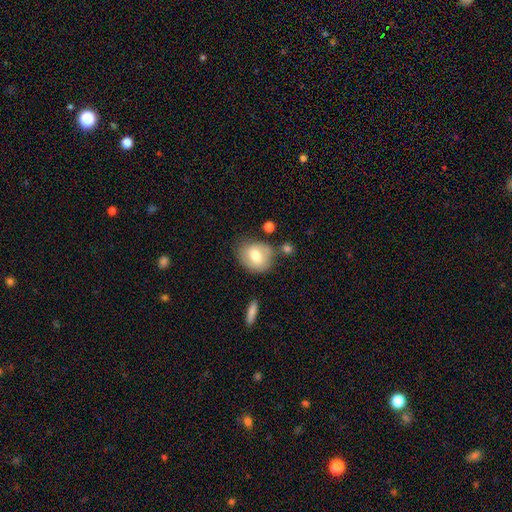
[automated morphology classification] smooth-or-featured: smooth: 63% | featured or disk: 30% | star or artifact: 7%
  how-rounded: round: 58% | in between: 41% | cigar-shaped: 1%
  merging: none: 64% | minor disturbance: 22% | merger: 8% | major disturbance: 6%